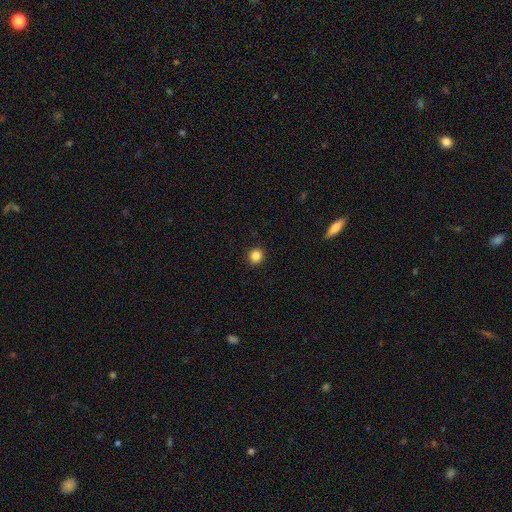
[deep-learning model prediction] A smooth galaxy with no disk features (85%) that is round (90%).

Vote fractions:
- Smooth or featured? smooth: 85% / star or artifact: 11% / featured or disk: 4%
- How rounded? round: 90% / in between: 9% / cigar-shaped: 1%
- Merging? none: 92% / minor disturbance: 5% / major disturbance: 2% / merger: 1%